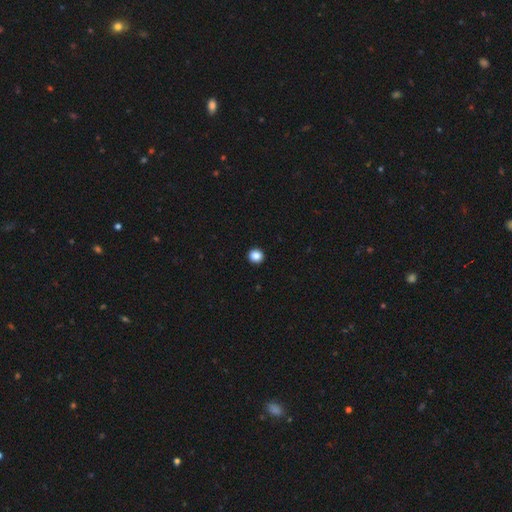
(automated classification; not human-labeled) Smooth or featured?
  - smooth: 87% *
  - star or artifact: 10%
  - featured or disk: 3%
How rounded?
  - round: 92% *
  - in between: 7%
  - cigar-shaped: 1%
Merging?
  - none: 94% *
  - minor disturbance: 4%
  - major disturbance: 1%
  - merger: 1%